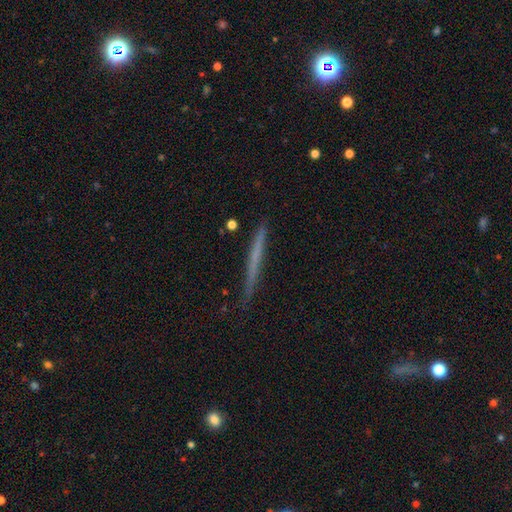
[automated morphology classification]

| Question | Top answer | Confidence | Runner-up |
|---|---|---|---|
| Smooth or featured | smooth | 51% | featured or disk (43%) |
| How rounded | cigar-shaped | 97% | in between (2%) |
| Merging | none | 85% | minor disturbance (11%) |